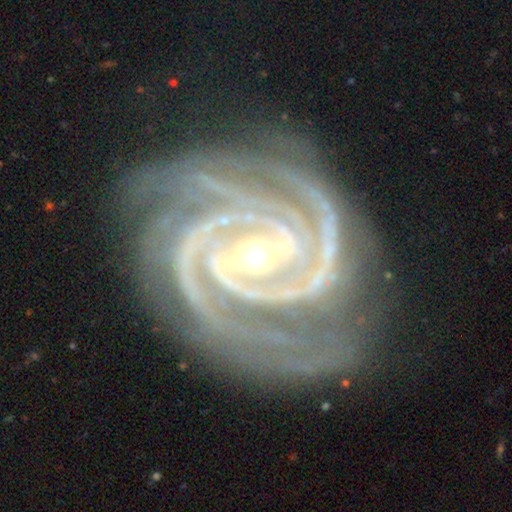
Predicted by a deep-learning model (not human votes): smooth_or_featured: featured or disk (p=0.94) [alt: star or artifact p=0.04]
disk_edge_on: no (p=0.98) [alt: yes p=0.02]
bar: strong (p=0.44) [alt: weak p=0.32]
has_spiral_arms: yes (p=0.99) [alt: no p=0.01]
spiral_winding: tight (p=0.78) [alt: medium p=0.20]
spiral_arm_count: 3 (p=0.37) [alt: 4 p=0.26]
bulge_size: moderate (p=0.50) [alt: small p=0.46]
merging: none (p=0.78) [alt: minor disturbance p=0.15]